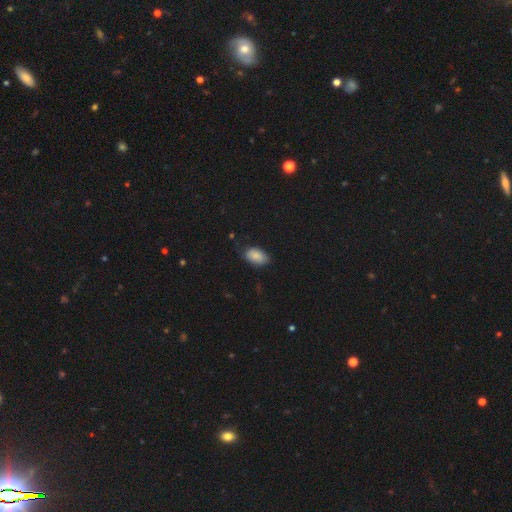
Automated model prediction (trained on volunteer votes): The model was most divided on "merging": none: 77%, minor disturbance: 18%, major disturbance: 3%, merger: 1%. More confident: how rounded — in between (92%); smooth or featured — smooth (86%).